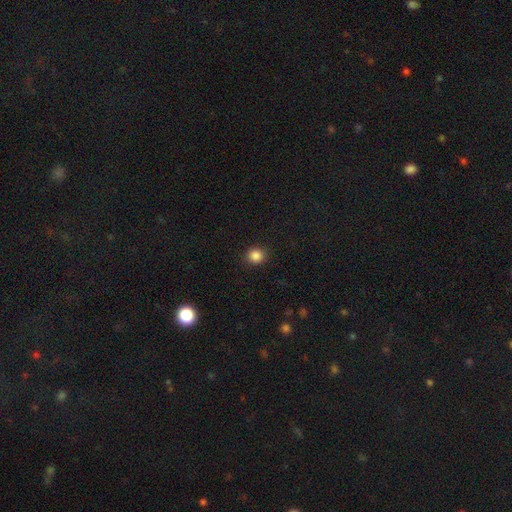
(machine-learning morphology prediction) smooth_or_featured: smooth (p=0.86) [alt: star or artifact p=0.11]
how_rounded: round (p=0.87) [alt: in between p=0.12]
merging: none (p=0.90) [alt: minor disturbance p=0.06]